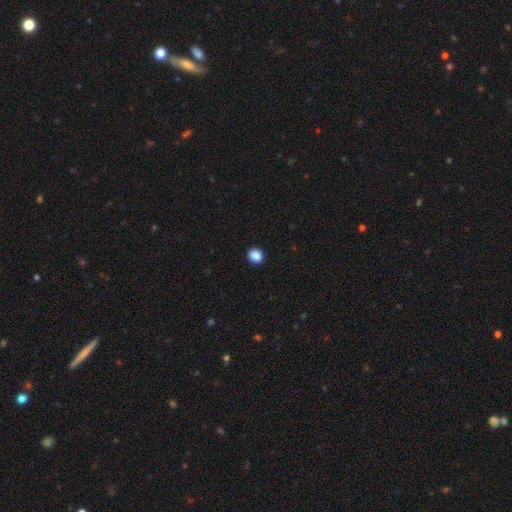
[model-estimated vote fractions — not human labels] The model was most divided on "how rounded": round: 77%, in between: 23%, cigar-shaped: 1%. More confident: merging — none (92%); smooth or featured — smooth (89%).